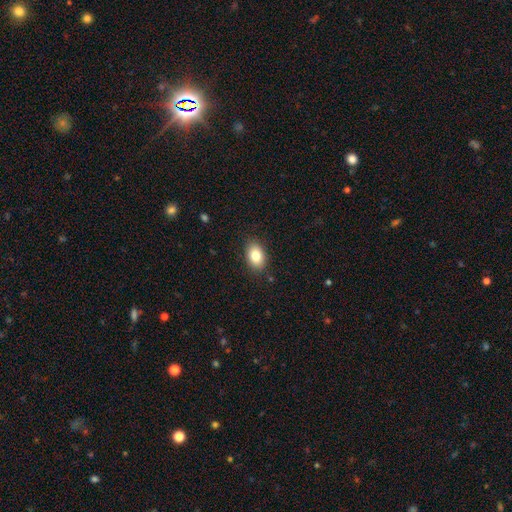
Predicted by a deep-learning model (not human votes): Q: Smooth or featured?
A: smooth (83%); runner-up: featured or disk (8%)
Q: How rounded?
A: in between (83%); runner-up: round (16%)
Q: Merging?
A: none (87%); runner-up: minor disturbance (10%)